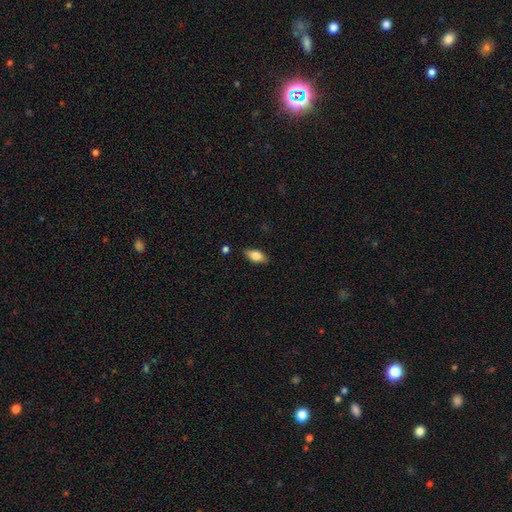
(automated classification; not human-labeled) This is likely a smooth galaxy (77%). How rounded: clearly in between (87%). Merging: clearly none (84%).